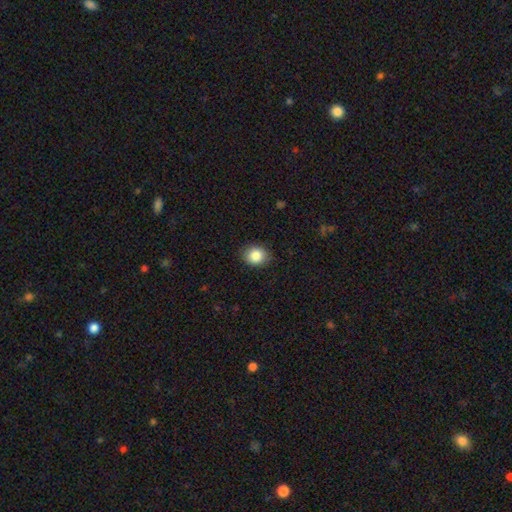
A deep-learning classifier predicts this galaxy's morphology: Smooth or featured? Predicted: smooth (p=0.86). How rounded? Predicted: round (p=0.64). Merging? Predicted: none (p=0.88).